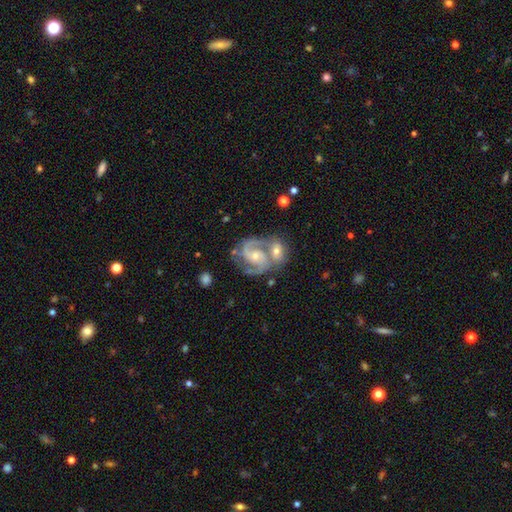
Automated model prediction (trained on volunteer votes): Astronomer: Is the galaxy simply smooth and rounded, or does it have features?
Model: featured or disk — 91%.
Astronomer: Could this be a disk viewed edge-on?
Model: no — 98%.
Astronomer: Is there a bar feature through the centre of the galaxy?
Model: no — 46% (runner-up: weak, 38%).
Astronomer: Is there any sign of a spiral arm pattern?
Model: yes — 98%.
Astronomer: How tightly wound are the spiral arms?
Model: medium — 59%.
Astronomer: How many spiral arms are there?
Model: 2 — 87%.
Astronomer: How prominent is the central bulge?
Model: small — 51% (runner-up: moderate, 45%).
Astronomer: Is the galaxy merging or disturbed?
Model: none — 45% (runner-up: merger, 37%).